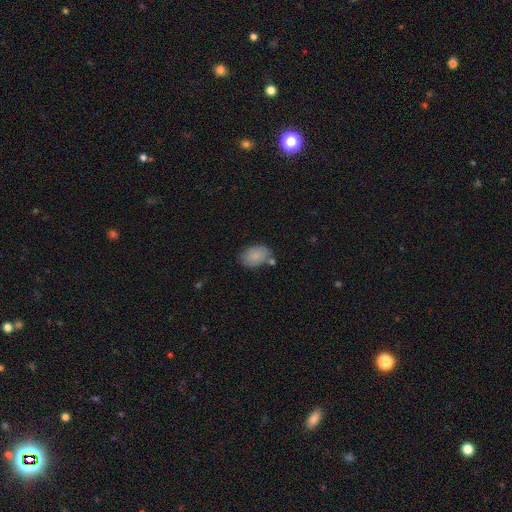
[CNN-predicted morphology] A smooth galaxy with no disk features (83%) that is in between round and cigar-shaped (88%). Merging: none (64%).